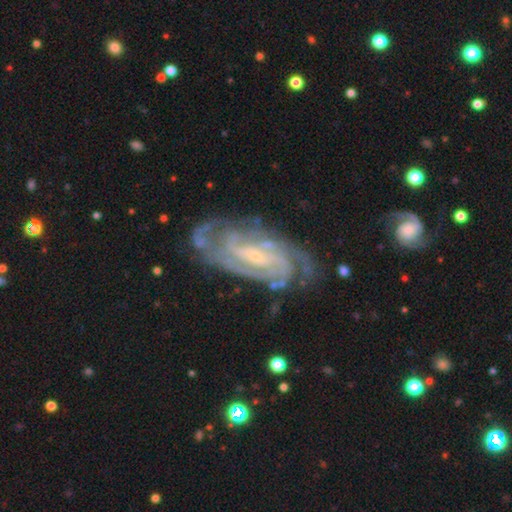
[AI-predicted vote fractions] Q: Smooth or featured?
A: featured or disk (90%); runner-up: star or artifact (5%)
Q: Edge-on disk?
A: no (95%); runner-up: yes (5%)
Q: Bar?
A: weak (47%); runner-up: no (28%)
Q: Spiral arms?
A: yes (98%); runner-up: no (2%)
Q: Spiral winding?
A: tight (69%); runner-up: medium (27%)
Q: Spiral arm count?
A: can't tell (24%); runner-up: 3 (22%)
Q: Bulge size?
A: small (68%); runner-up: moderate (21%)
Q: Merging?
A: none (71%); runner-up: minor disturbance (19%)